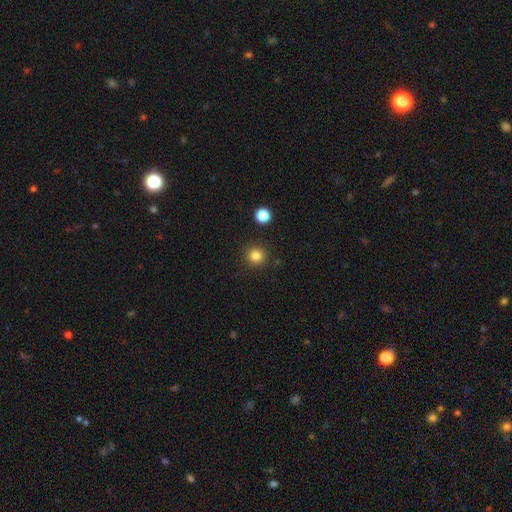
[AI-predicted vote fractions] smooth_or_featured: smooth (p=0.84) [alt: star or artifact p=0.12]
how_rounded: round (p=0.94) [alt: in between p=0.06]
merging: none (p=0.89) [alt: minor disturbance p=0.06]